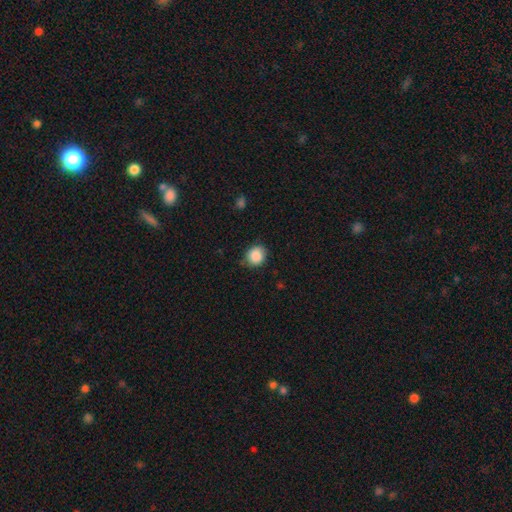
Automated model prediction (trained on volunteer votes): A smooth galaxy with no disk features (87%) that is round (78%). Merging: none (79%).